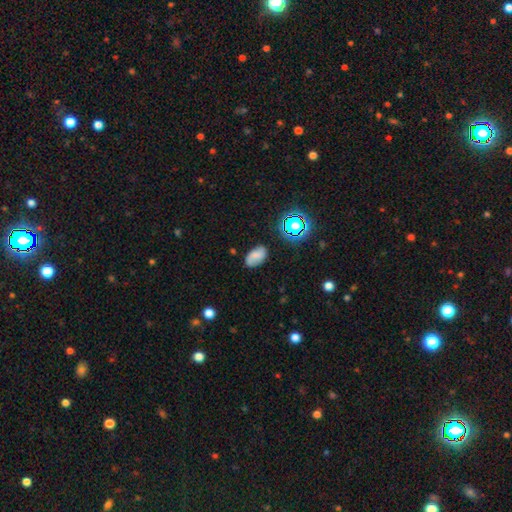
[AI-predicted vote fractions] This appears to be a smooth galaxy with no disk features (64%) that is in between round and cigar-shaped (90%). Merging: none (75%).